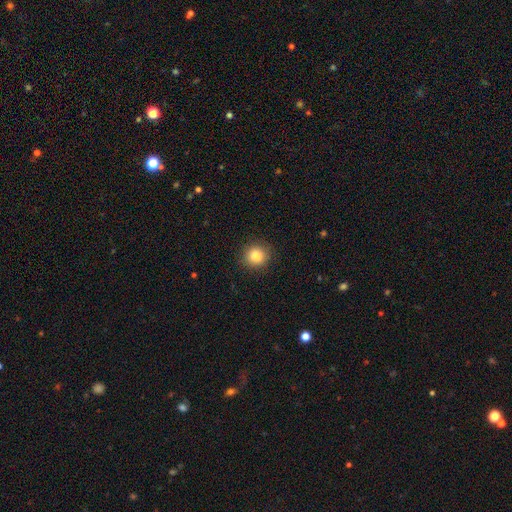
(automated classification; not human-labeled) Overall: smooth (85%). How rounded: round (89%). Merging: none (90%).